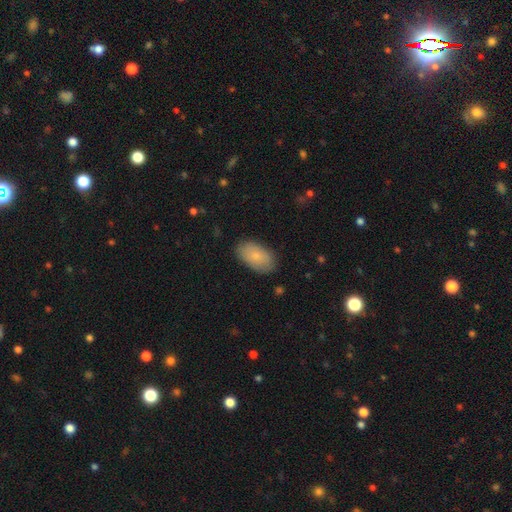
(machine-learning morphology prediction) type=smooth (80%); roundness=in between (94%); merging=none (83%).